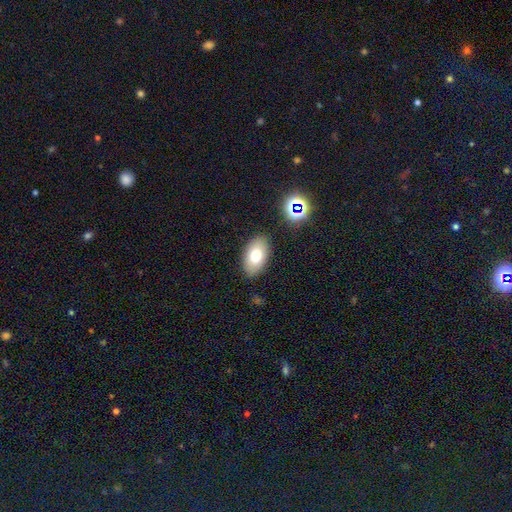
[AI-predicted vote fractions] This appears to be a smooth galaxy with no disk features (72%) that is in between round and cigar-shaped (92%). Merging: none (86%).